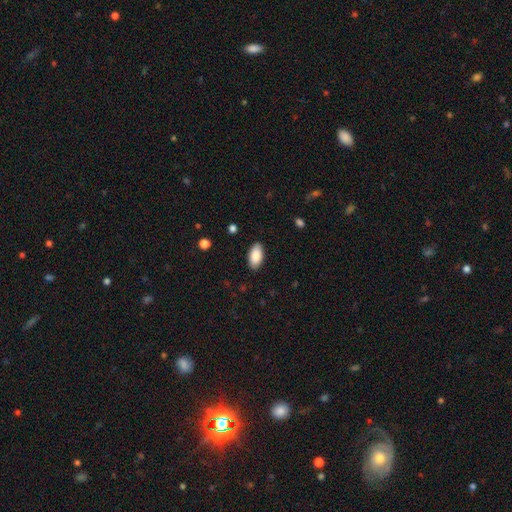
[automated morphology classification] type=smooth (88%); roundness=in between (94%); merging=none (88%).